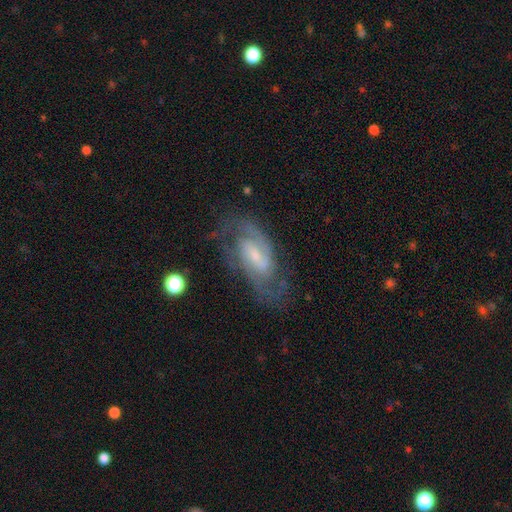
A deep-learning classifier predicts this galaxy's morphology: Smooth or featured?
  - featured or disk: 85% *
  - smooth: 9%
  - star or artifact: 6%
Edge-on disk?
  - no: 95% *
  - yes: 5%
Bar?
  - weak: 55% *
  - no: 26%
  - strong: 19%
Spiral arms?
  - yes: 95% *
  - no: 5%
Spiral winding?
  - medium: 50% *
  - tight: 36%
  - loose: 14%
Spiral arm count?
  - 2: 69% *
  - can't tell: 14%
  - 3: 9%
  - 1: 3%
  - 4: 3%
  - more than 4: 2%
Bulge size?
  - small: 56% *
  - moderate: 30%
  - none: 9%
  - large: 3%
  - dominant: 1%
Merging?
  - none: 69% *
  - minor disturbance: 18%
  - major disturbance: 11%
  - merger: 2%